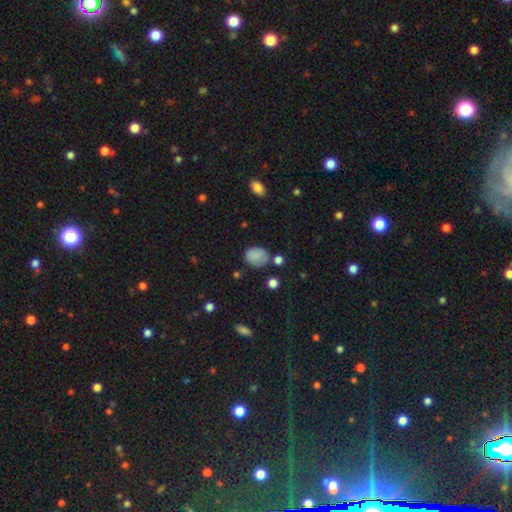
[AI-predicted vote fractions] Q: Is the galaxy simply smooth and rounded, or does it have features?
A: smooth — 81%.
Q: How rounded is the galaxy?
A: round — 51%.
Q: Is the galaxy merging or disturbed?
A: none — 66%.